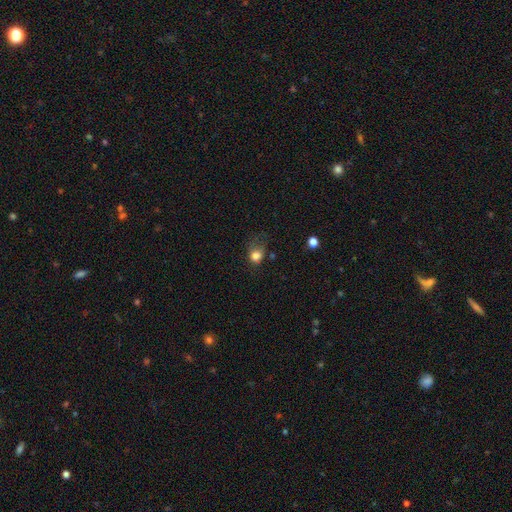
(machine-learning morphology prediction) Smooth or featured? smooth (79%)
How rounded? round (60%)
Merging? none (36%)